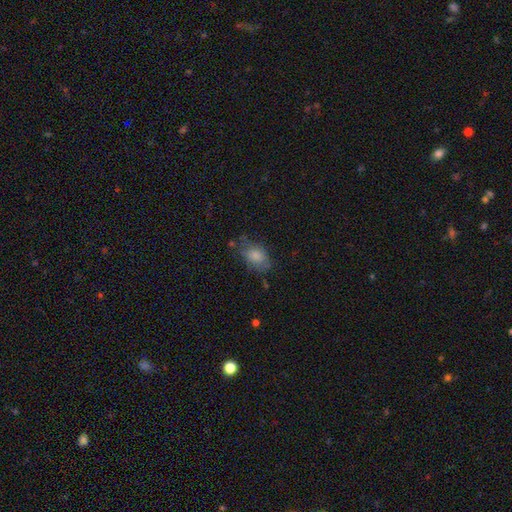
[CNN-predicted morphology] A smooth galaxy with no disk features (78%) that is in between round and cigar-shaped (86%). Merging: none (55%).